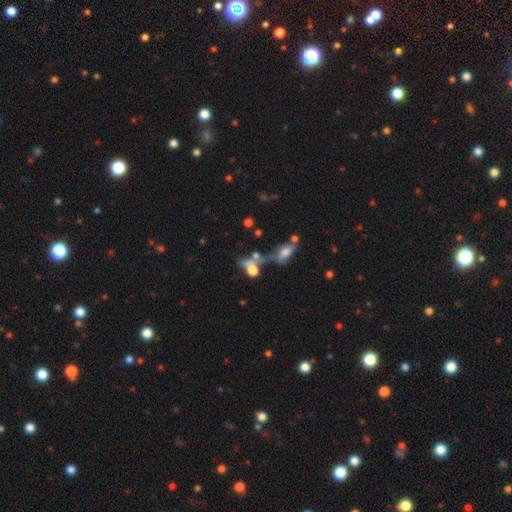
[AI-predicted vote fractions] Smooth or featured? smooth (42%)
Merging? merger (43%)